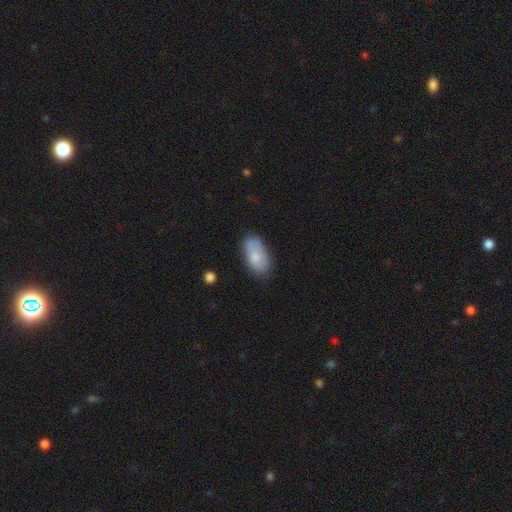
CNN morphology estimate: Overall: smooth (77%). How rounded: in between (93%). Merging: none (60%; minor disturbance 27%).